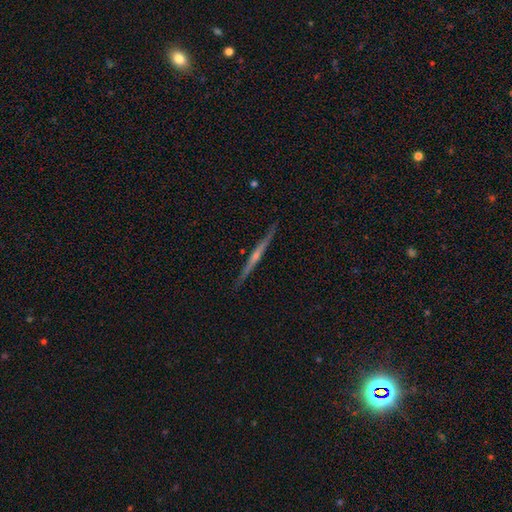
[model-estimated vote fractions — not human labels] Morphology: type=featured or disk (72%); edge-on=yes (96%); edge-on bulge=rounded (66%); merging=none (90%).